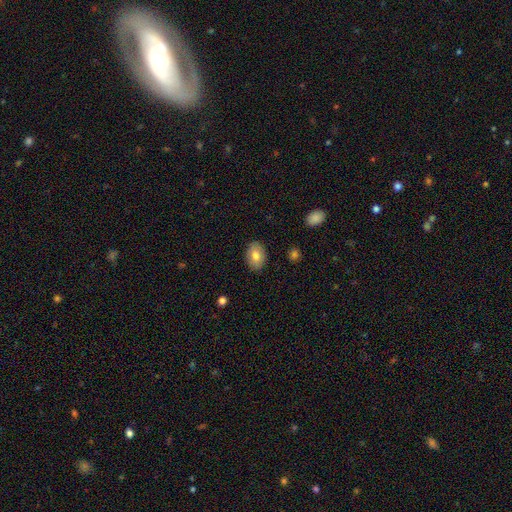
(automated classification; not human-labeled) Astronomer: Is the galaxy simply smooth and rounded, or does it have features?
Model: smooth — 78%.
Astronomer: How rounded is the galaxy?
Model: in between — 82%.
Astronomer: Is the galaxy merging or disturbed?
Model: none — 88%.